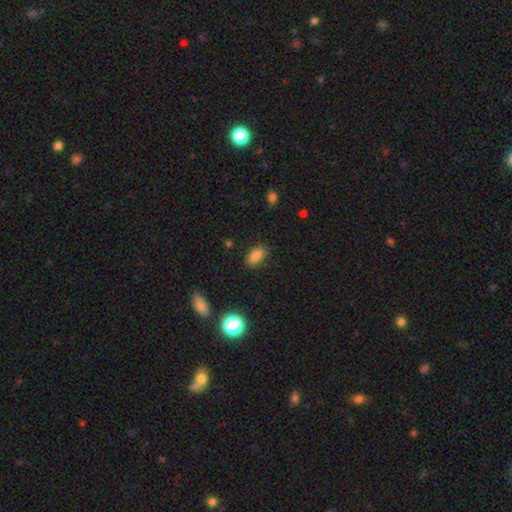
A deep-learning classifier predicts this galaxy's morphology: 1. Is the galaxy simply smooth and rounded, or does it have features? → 84% smooth, 11% star or artifact, 5% featured or disk.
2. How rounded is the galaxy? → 87% in between, 8% cigar-shaped, 6% round.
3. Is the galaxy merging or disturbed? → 85% none, 11% minor disturbance, 3% major disturbance, 1% merger.